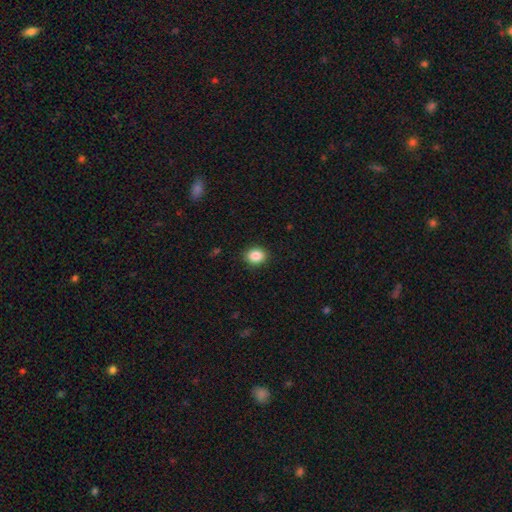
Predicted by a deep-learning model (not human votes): Smooth or featured? Predicted: smooth (p=0.87). How rounded? Predicted: round (p=0.54). Merging? Predicted: none (p=0.89).